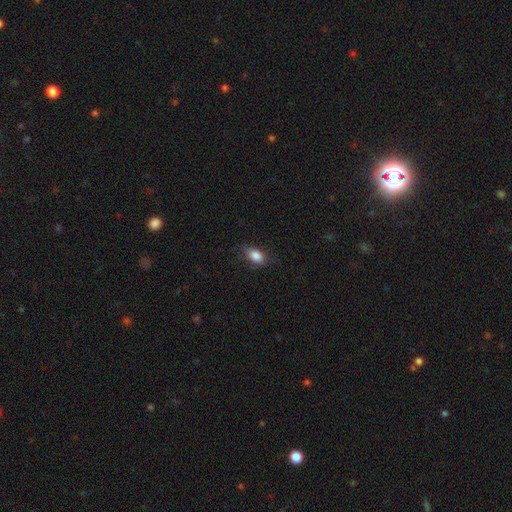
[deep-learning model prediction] Smooth or featured? smooth (86%)
How rounded? in between (86%)
Merging? none (75%)